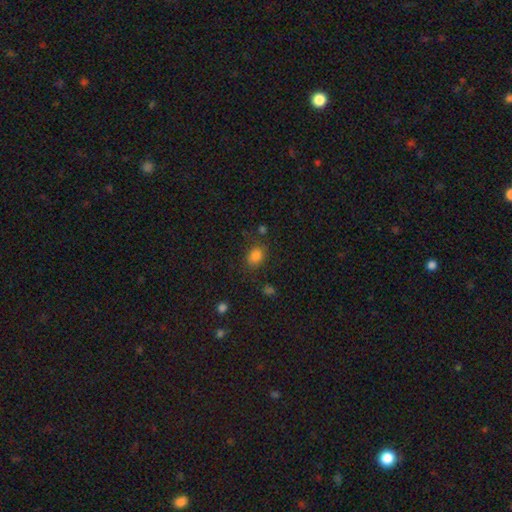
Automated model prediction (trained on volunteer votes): smooth_or_featured: smooth (p=0.82) [alt: star or artifact p=0.13]
how_rounded: in between (p=0.53) [alt: round p=0.46]
merging: none (p=0.76) [alt: minor disturbance p=0.15]